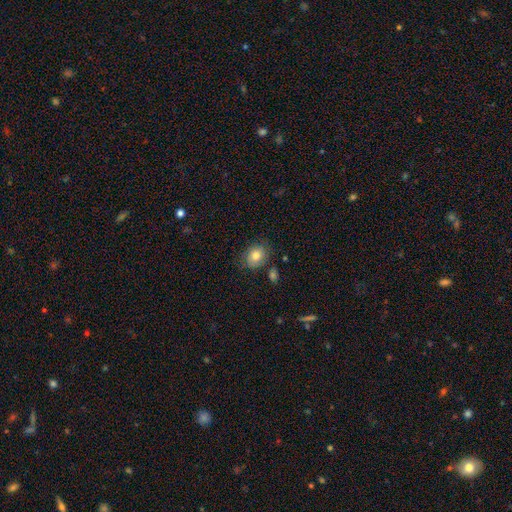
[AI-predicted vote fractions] smooth 78%, featured or disk 13%, star or artifact 9%. Down the decision tree: how rounded — in between (50%); merging — none (73%).